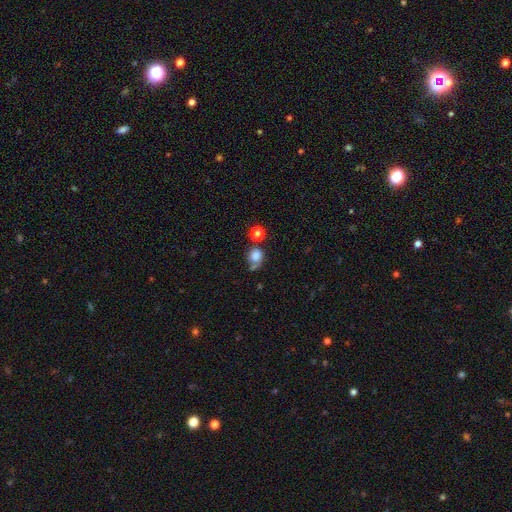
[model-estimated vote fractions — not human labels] This is likely a smooth galaxy (78%). How rounded: likely round (77%). Merging: possibly none (45%).